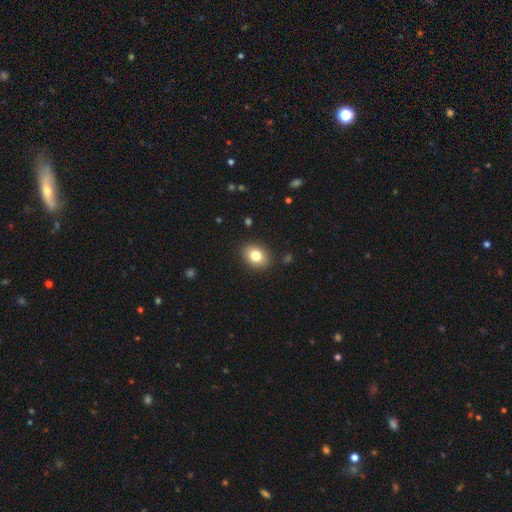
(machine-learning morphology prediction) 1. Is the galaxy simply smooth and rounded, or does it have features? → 81% smooth, 9% star or artifact, 9% featured or disk.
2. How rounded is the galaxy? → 59% in between, 40% round, 1% cigar-shaped.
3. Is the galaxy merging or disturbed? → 89% none, 8% minor disturbance, 2% major disturbance, 1% merger.